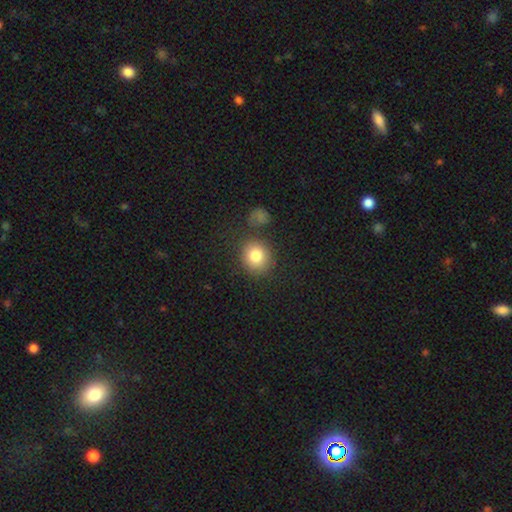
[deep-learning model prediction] Q: Smooth or featured?
A: smooth (82%); runner-up: star or artifact (10%)
Q: How rounded?
A: round (83%); runner-up: in between (16%)
Q: Merging?
A: none (78%); runner-up: minor disturbance (11%)